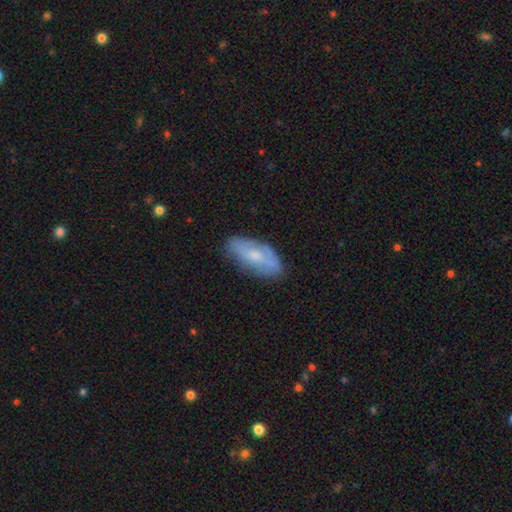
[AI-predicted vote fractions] Smooth or featured? smooth (54%)
How rounded? in between (86%)
Merging? none (69%)